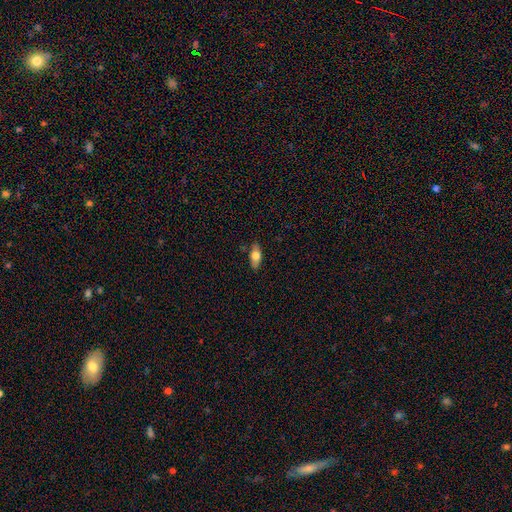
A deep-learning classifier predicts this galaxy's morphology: Smooth or featured? Predicted: smooth (p=0.66). How rounded? Predicted: in between (p=0.81). Merging? Predicted: none (p=0.84).